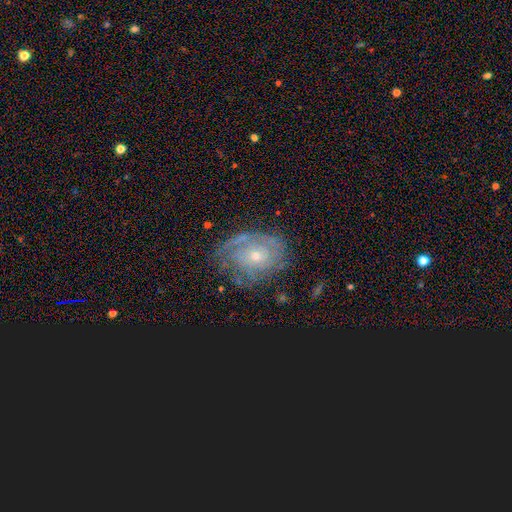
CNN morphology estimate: featured or disk 70%, smooth 18%, star or artifact 11%. Down the decision tree: edge-on disk — no (96%); bar — no (79%); spiral arms — yes (80%); spiral arm count — can't tell (54%); spiral winding — tight (64%); bulge size — small (62%); merging — none (65%).